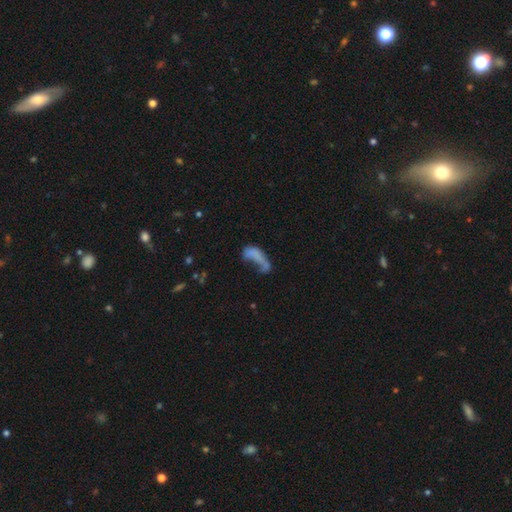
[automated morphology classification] Smooth or featured? smooth (58%)
How rounded? in between (68%)
Merging? major disturbance (41%)